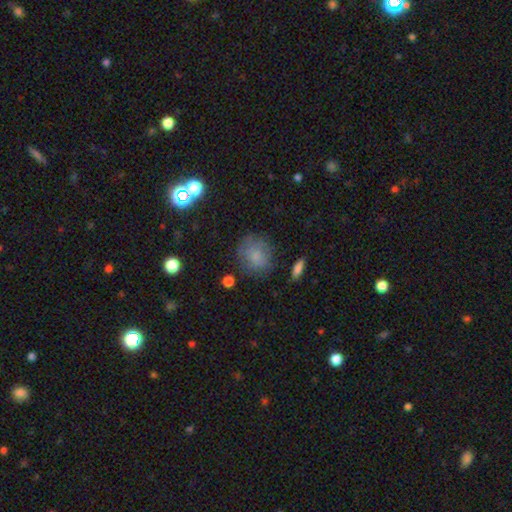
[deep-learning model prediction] Smooth or featured? Predicted: smooth (p=0.73). How rounded? Predicted: round (p=0.73). Merging? Predicted: none (p=0.69).